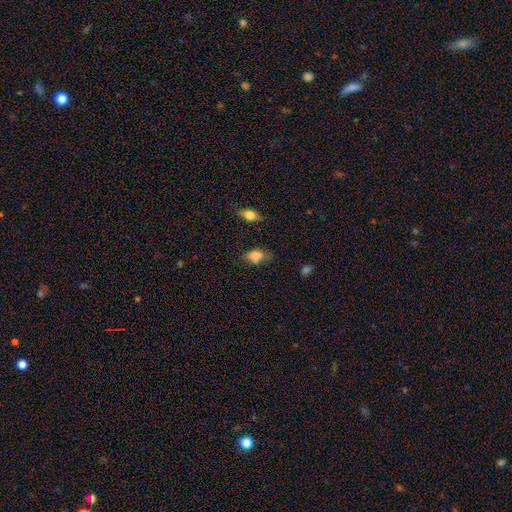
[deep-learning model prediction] Smooth or featured: smooth — 75% (featured or disk — 13%)
How rounded: in between — 82% (round — 13%)
Merging: none — 53% (minor disturbance — 27%)